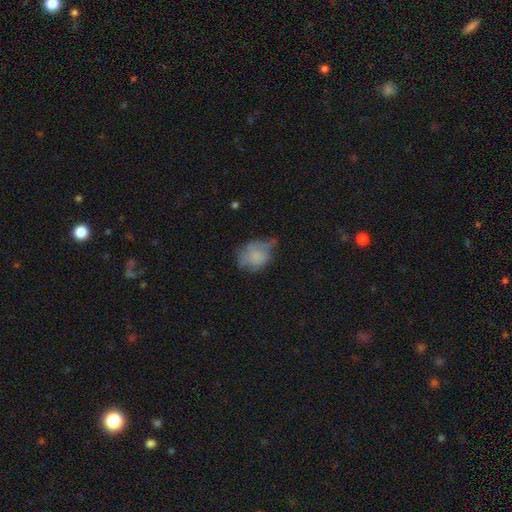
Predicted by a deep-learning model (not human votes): Smooth or featured? smooth (58%)
How rounded? in between (54%)
Merging? none (38%)